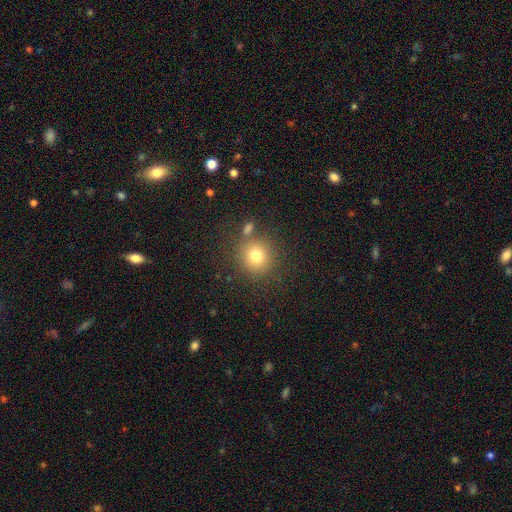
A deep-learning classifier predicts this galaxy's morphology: smooth-or-featured: smooth: 77% | star or artifact: 14% | featured or disk: 9%
  how-rounded: round: 90% | in between: 9% | cigar-shaped: 1%
  merging: none: 78% | minor disturbance: 9% | merger: 9% | major disturbance: 4%